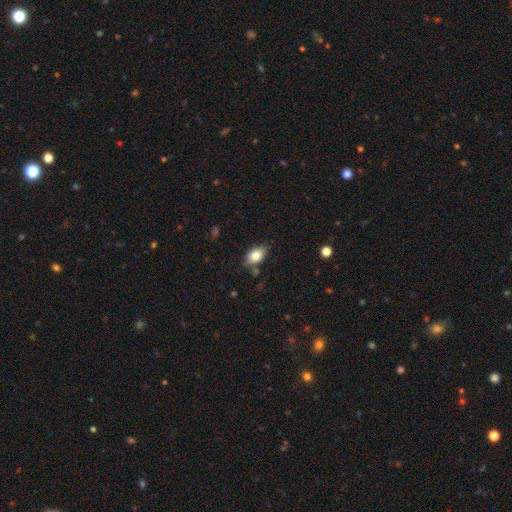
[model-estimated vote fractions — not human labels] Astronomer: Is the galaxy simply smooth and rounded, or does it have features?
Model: smooth — 79%.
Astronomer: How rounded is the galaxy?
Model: in between — 88%.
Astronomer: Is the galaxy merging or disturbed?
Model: none — 74%.